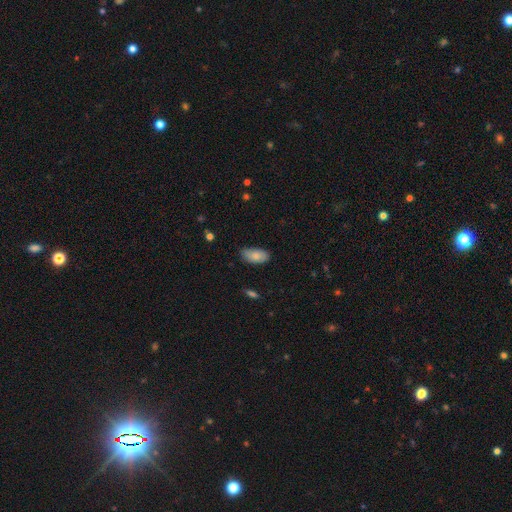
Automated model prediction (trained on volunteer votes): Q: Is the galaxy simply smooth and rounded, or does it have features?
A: smooth — 84%.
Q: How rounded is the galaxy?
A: in between — 93%.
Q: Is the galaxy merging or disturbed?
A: none — 76%.